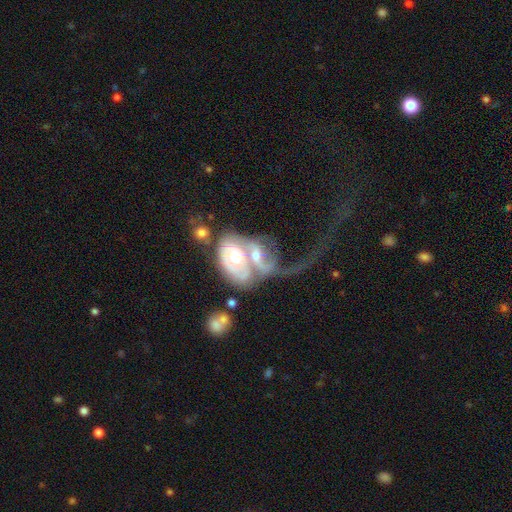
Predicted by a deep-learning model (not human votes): smooth_or_featured: featured or disk (p=0.64) [alt: smooth p=0.28]
disk_edge_on: no (p=0.94) [alt: yes p=0.06]
bar: no (p=0.70) [alt: weak p=0.21]
has_spiral_arms: yes (p=0.53) [alt: no p=0.47]
bulge_size: moderate (p=0.63) [alt: large p=0.22]
merging: merger (p=0.65) [alt: major disturbance p=0.21]